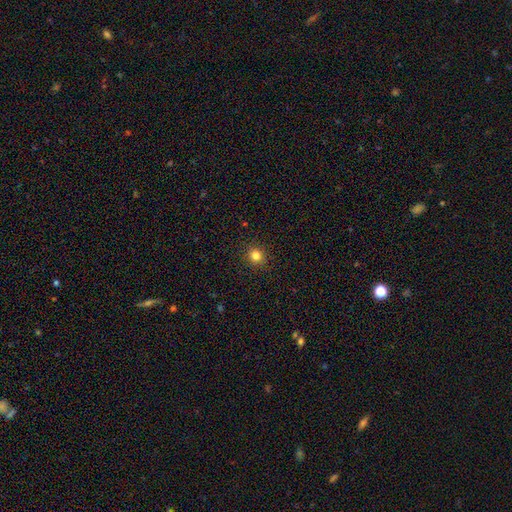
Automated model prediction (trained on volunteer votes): Smooth or featured? smooth (82%)
How rounded? round (89%)
Merging? none (91%)